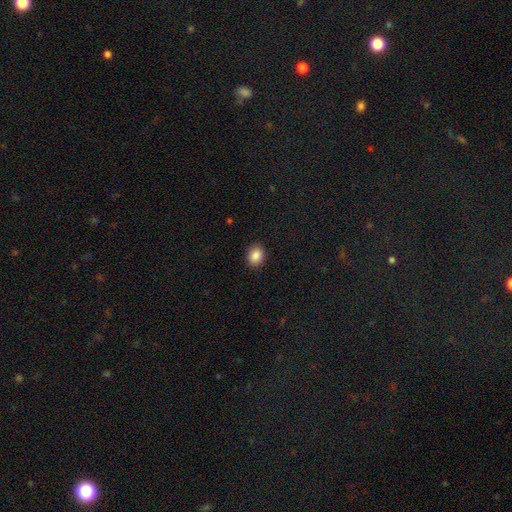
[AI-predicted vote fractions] Q: Smooth or featured?
A: smooth (88%); runner-up: star or artifact (8%)
Q: How rounded?
A: in between (50%); tied with: round (50%)
Q: Merging?
A: none (90%); runner-up: minor disturbance (7%)